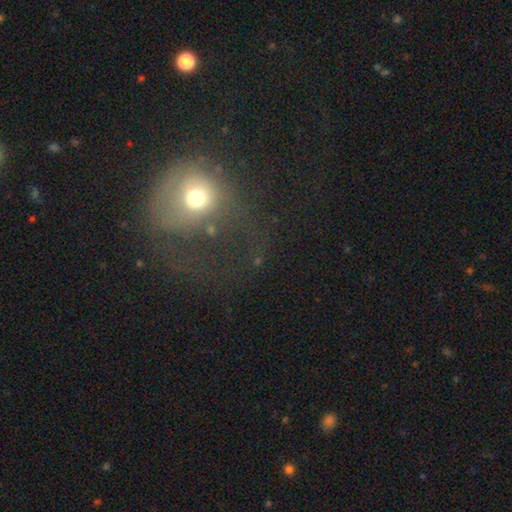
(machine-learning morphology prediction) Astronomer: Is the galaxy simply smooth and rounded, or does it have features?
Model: smooth — 53%.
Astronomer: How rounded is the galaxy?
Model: round — 79%.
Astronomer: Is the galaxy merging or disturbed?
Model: major disturbance — 52% (runner-up: none, 28%).